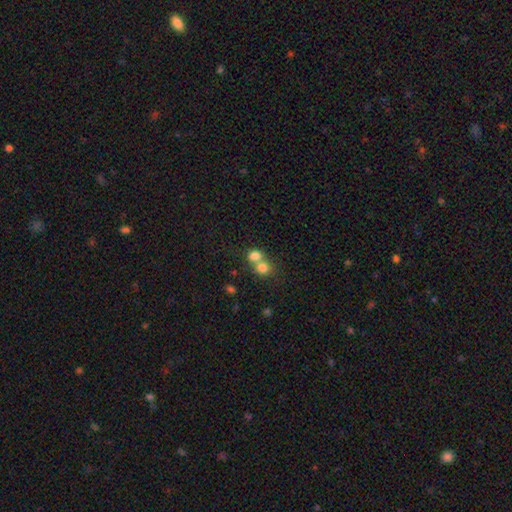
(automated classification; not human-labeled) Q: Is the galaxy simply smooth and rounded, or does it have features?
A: smooth — 77%.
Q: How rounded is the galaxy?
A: round — 70%.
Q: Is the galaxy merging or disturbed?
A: merger — 61%.